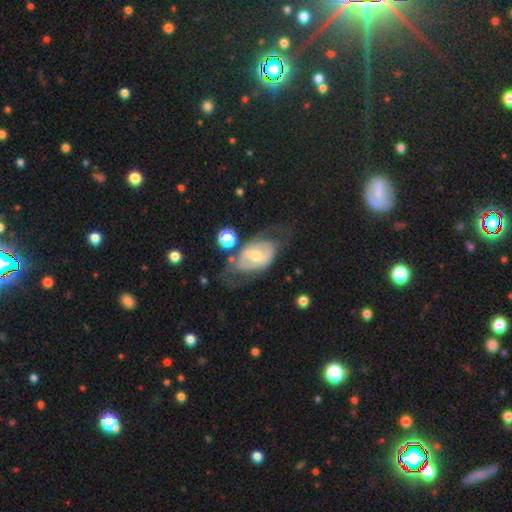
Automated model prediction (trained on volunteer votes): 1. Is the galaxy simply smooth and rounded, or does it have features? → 65% featured or disk, 28% smooth, 7% star or artifact.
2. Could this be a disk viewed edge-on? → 93% no, 7% yes.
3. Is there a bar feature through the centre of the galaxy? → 42% weak, 29% no, 28% strong.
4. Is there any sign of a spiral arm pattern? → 58% yes, 42% no.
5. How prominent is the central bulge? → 46% moderate, 43% small, 7% large, 4% none, 1% dominant.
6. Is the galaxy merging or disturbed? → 48% none, 23% major disturbance, 21% minor disturbance, 8% merger.